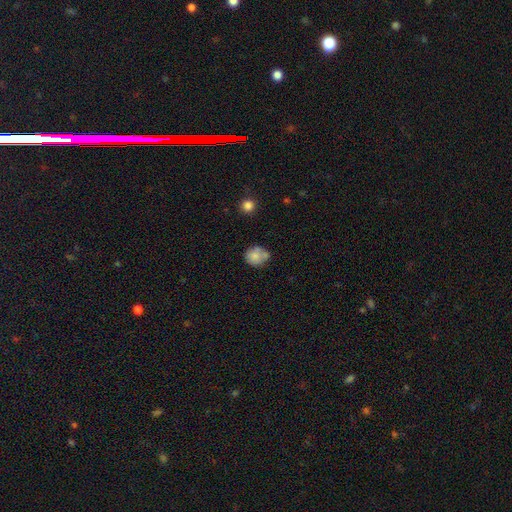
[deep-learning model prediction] This appears to be a smooth galaxy with no disk features (78%) that is round (75%). Merging: none (56%).